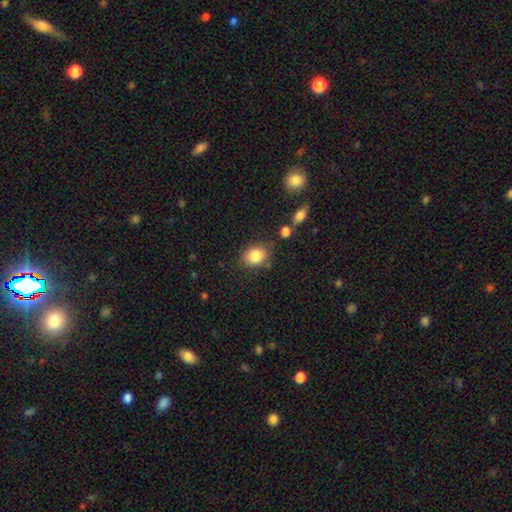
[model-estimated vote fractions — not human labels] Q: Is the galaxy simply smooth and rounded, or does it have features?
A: smooth — 85%.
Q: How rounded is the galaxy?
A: in between — 53%.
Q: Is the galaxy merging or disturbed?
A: none — 73%.